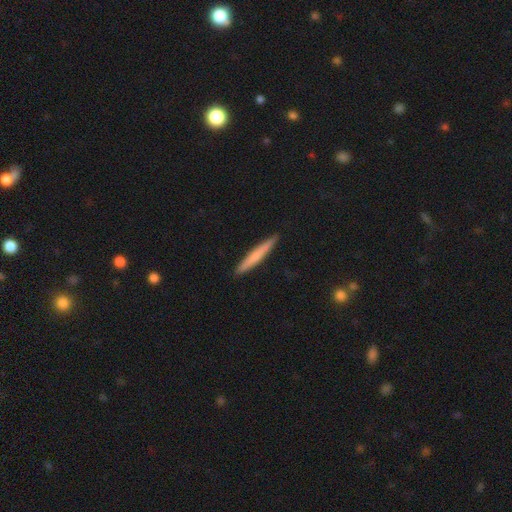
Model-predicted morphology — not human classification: smooth-or-featured: smooth: 66% | featured or disk: 29% | star or artifact: 5%
  how-rounded: cigar-shaped: 96% | in between: 3% | round: 1%
  merging: none: 91% | minor disturbance: 6% | major disturbance: 1% | merger: 1%